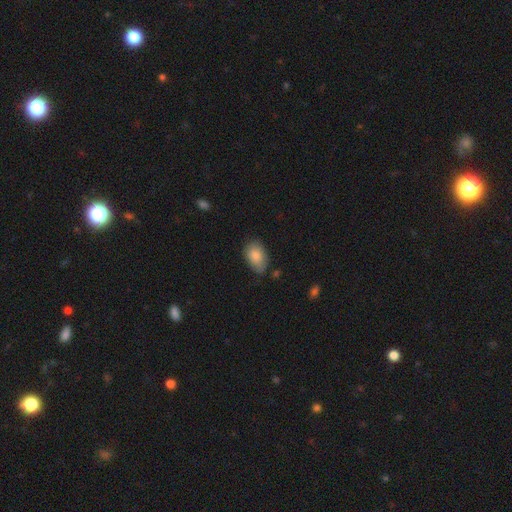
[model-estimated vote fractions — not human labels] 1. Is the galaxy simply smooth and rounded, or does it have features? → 84% smooth, 9% featured or disk, 7% star or artifact.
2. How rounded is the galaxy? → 89% in between, 10% round, 1% cigar-shaped.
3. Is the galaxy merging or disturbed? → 63% none, 29% minor disturbance, 5% major disturbance, 3% merger.